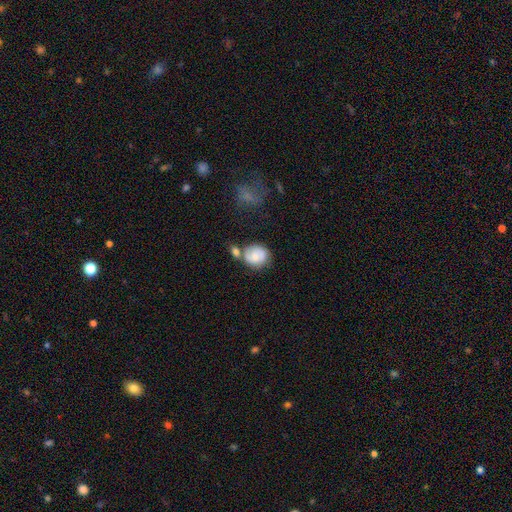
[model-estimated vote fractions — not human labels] The model was most divided on "smooth or featured": smooth: 52%, featured or disk: 40%, star or artifact: 8%. Remaining: how rounded — round (68%); merging — none (44%).